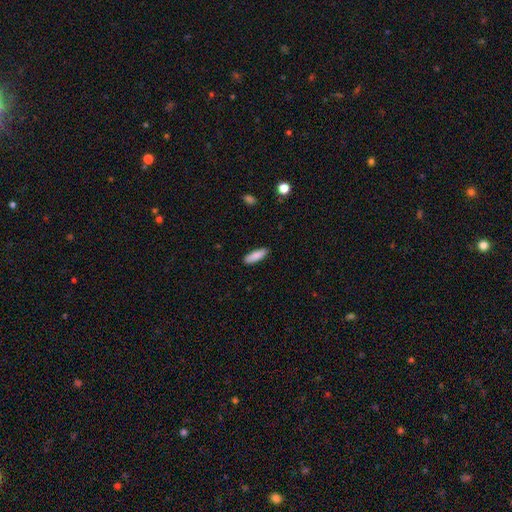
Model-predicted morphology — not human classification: Smooth or featured: smooth — 88% (featured or disk — 6%)
How rounded: cigar-shaped — 55% (in between — 43%)
Merging: none — 89% (minor disturbance — 8%)